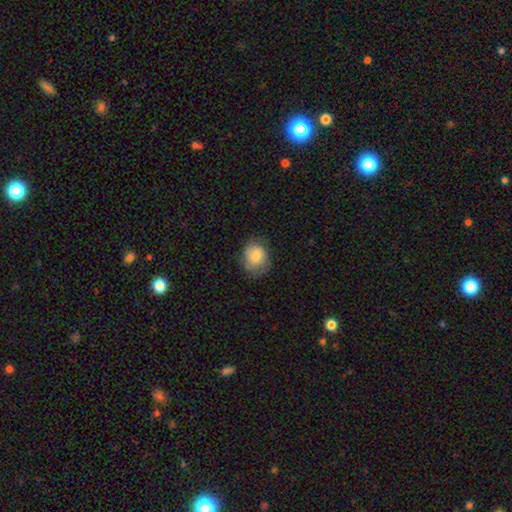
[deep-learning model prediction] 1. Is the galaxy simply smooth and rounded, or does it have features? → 77% smooth, 16% featured or disk, 7% star or artifact.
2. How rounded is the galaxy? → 57% round, 42% in between, 1% cigar-shaped.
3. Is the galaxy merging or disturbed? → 68% none, 23% minor disturbance, 7% major disturbance, 1% merger.